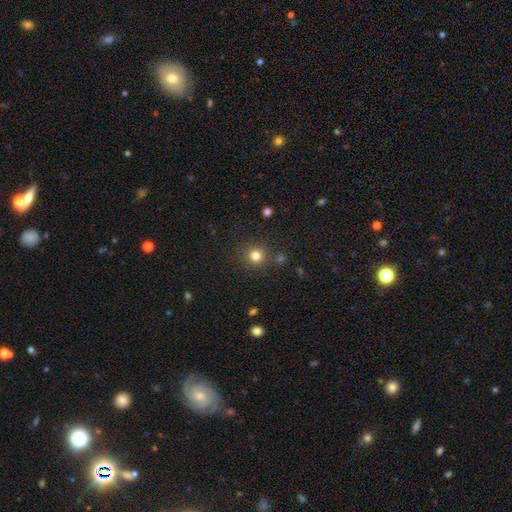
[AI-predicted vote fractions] smooth 80%, star or artifact 15%, featured or disk 6%. Down the decision tree: how rounded — round (93%); merging — none (85%).